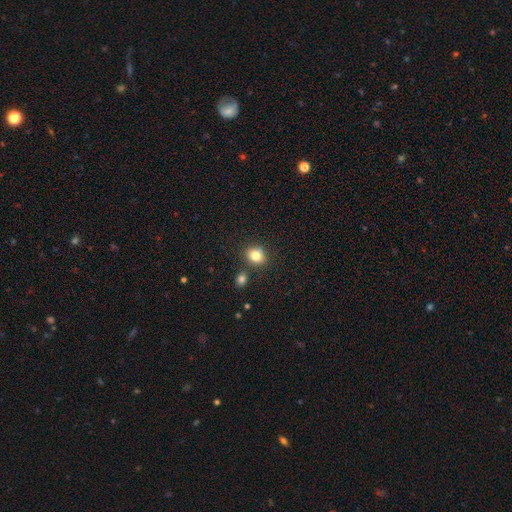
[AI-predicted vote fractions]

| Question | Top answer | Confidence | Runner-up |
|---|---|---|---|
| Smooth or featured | smooth | 82% | star or artifact (11%) |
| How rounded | round | 61% | in between (38%) |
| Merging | none | 78% | minor disturbance (10%) |